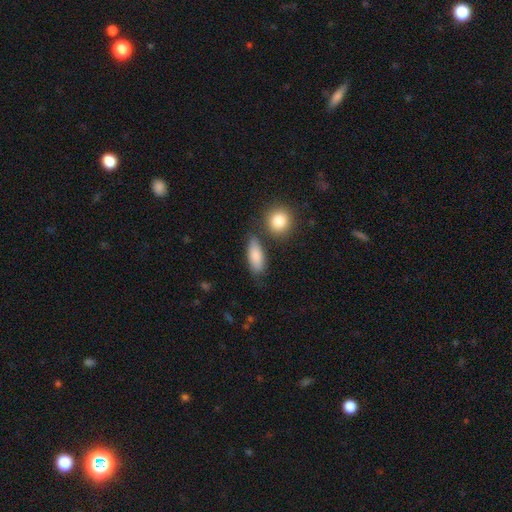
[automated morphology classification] The model was most divided on "merging": none: 67%, minor disturbance: 18%, merger: 10%, major disturbance: 5%. More confident: smooth or featured — smooth (84%); how rounded — in between (74%).